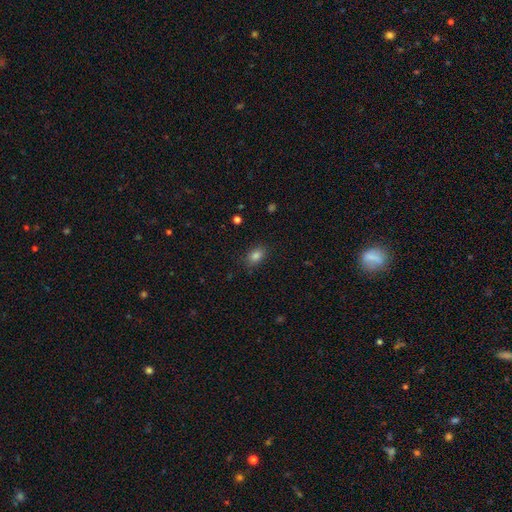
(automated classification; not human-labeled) A smooth galaxy with no disk features (83%) that is in between round and cigar-shaped (80%). Merging: none (86%).